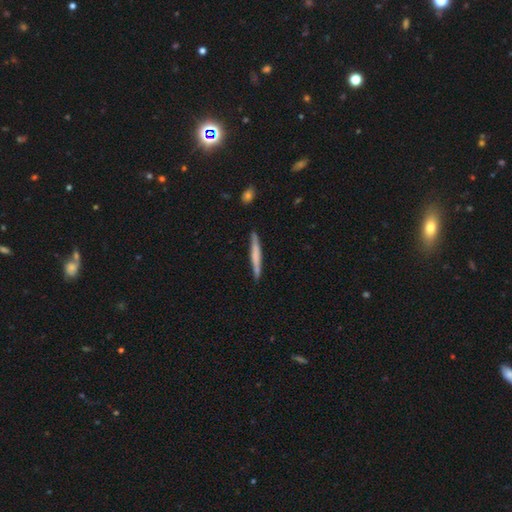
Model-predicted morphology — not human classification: The model was most divided on "smooth or featured": smooth: 57%, featured or disk: 38%, star or artifact: 5%. More confident: how rounded — cigar-shaped (96%); merging — none (85%).